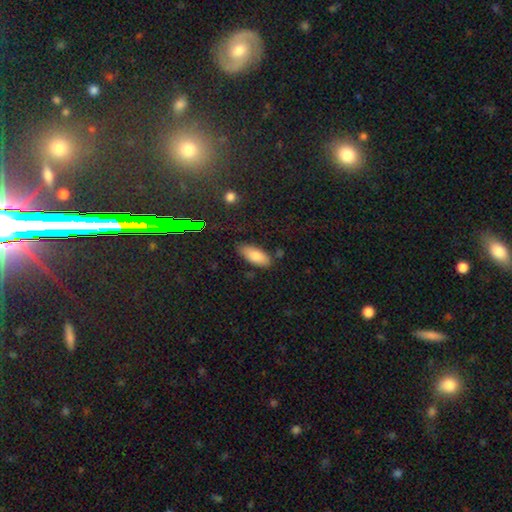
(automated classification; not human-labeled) A smooth galaxy with no disk features (81%) that is in between round and cigar-shaped (82%).

Vote fractions:
- Smooth or featured? smooth: 81% / featured or disk: 11% / star or artifact: 8%
- How rounded? in between: 82% / cigar-shaped: 16% / round: 2%
- Merging? none: 79% / minor disturbance: 15% / major disturbance: 3% / merger: 3%